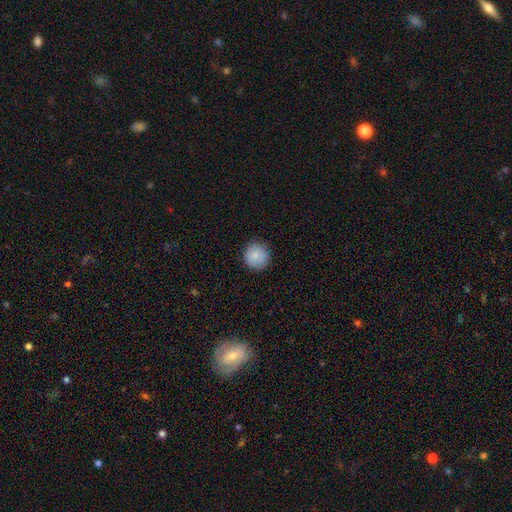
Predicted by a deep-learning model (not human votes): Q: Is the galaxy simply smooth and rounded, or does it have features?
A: smooth — 86%.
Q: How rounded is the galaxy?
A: round — 93%.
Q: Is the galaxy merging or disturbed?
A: none — 89%.